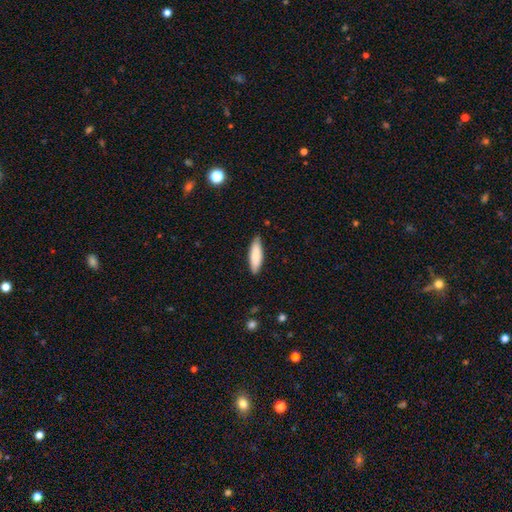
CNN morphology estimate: Smooth or featured?
  - smooth: 85% *
  - featured or disk: 10%
  - star or artifact: 5%
How rounded?
  - cigar-shaped: 49% * (tied)
  - in between: 49% * (tied)
  - round: 1%
Merging?
  - none: 84% *
  - minor disturbance: 13%
  - major disturbance: 2%
  - merger: 1%